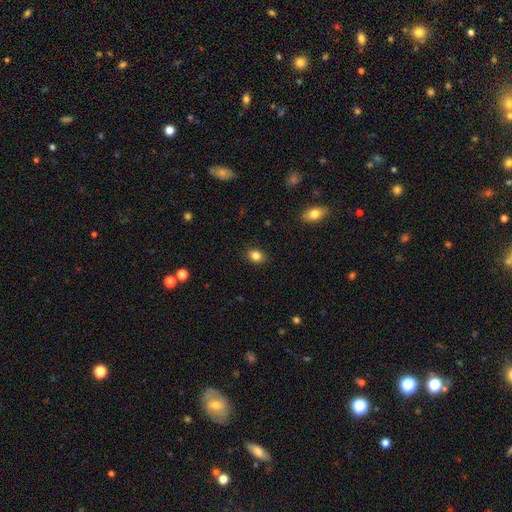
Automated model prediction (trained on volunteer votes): Smooth or featured? smooth (84%)
How rounded? in between (51%)
Merging? none (87%)